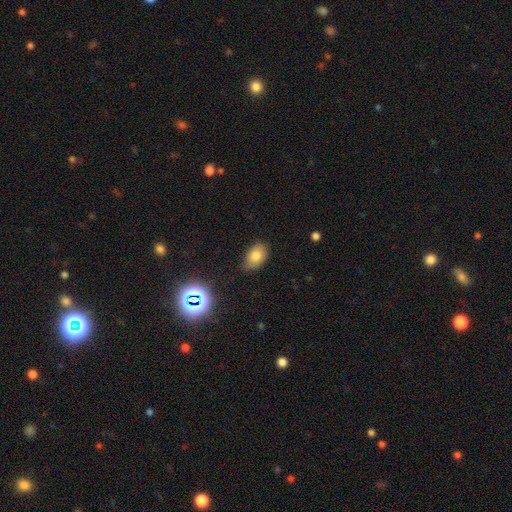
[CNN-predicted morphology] Smooth or featured: smooth — 78% (star or artifact — 12%)
How rounded: in between — 86% (round — 13%)
Merging: none — 69% (minor disturbance — 25%)